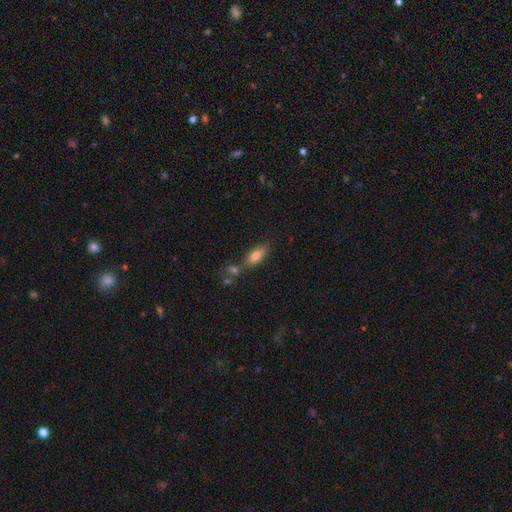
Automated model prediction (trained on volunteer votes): smooth-or-featured: smooth: 77% | featured or disk: 15% | star or artifact: 9%
  how-rounded: in between: 75% | cigar-shaped: 21% | round: 4%
  merging: none: 52% | merger: 28% | minor disturbance: 14% | major disturbance: 6%